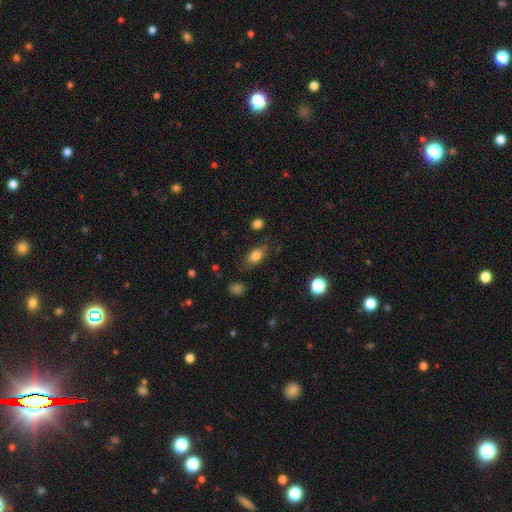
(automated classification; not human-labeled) smooth 81%, featured or disk 10%, star or artifact 9%. Down the decision tree: how rounded — in between (85%); merging — none (76%).